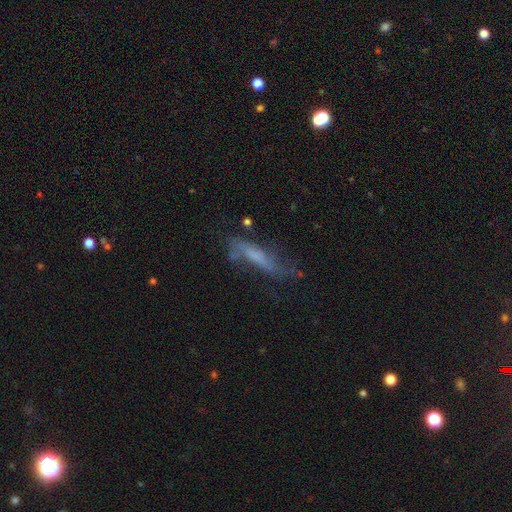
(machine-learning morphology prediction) A featured or disk galaxy (49%). Merging: none (43%).